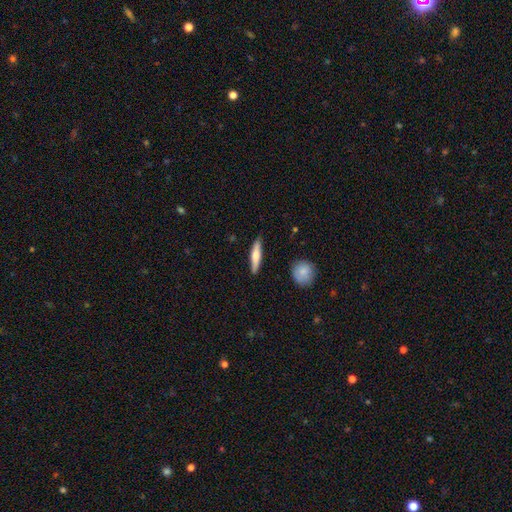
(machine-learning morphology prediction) type=smooth (58%); roundness=cigar-shaped (82%); merging=none (88%).